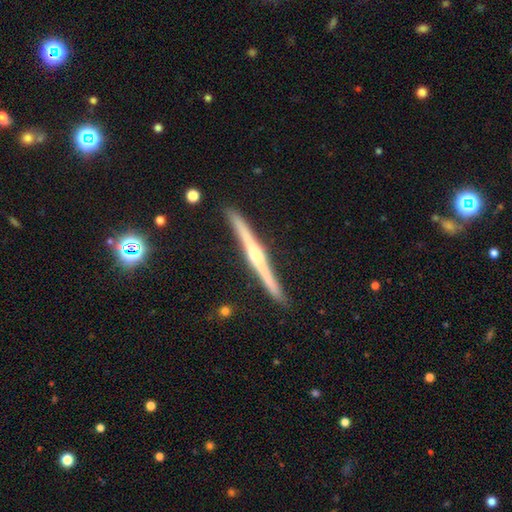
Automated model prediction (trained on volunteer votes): Smooth or featured? Predicted: featured or disk (p=0.80). Edge-on disk? Predicted: yes (p=0.98). Edge-on bulge? Predicted: rounded (p=0.80). Merging? Predicted: none (p=0.91).